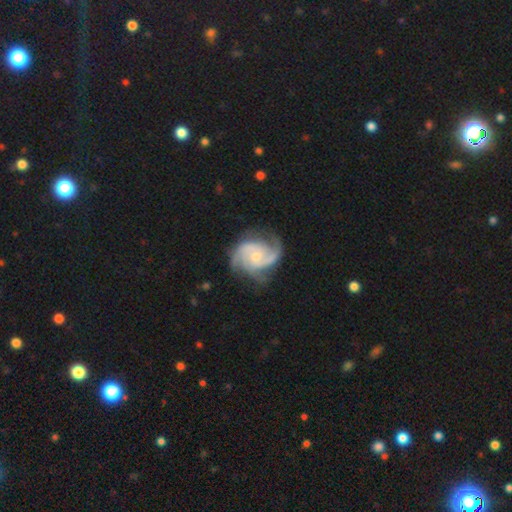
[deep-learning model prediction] This appears to be a featured or disk galaxy (93%) with no bar (64%), 3 (46%) medium (50%) spiral arms (98%) and a small central bulge (60%). Merging: none (73%).